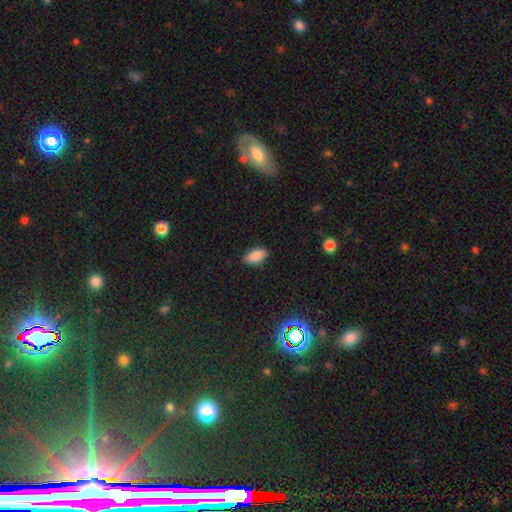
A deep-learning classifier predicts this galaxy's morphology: This is clearly a smooth galaxy (88%). How rounded: clearly in between (93%). Merging: clearly none (83%).